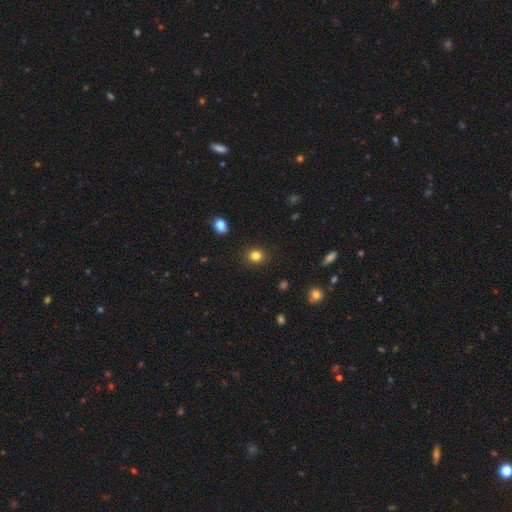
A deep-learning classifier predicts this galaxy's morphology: Smooth or featured?
  - smooth: 83% *
  - star or artifact: 12%
  - featured or disk: 5%
How rounded?
  - round: 78% *
  - in between: 21%
  - cigar-shaped: 1%
Merging?
  - none: 90% *
  - minor disturbance: 7%
  - major disturbance: 2%
  - merger: 1%